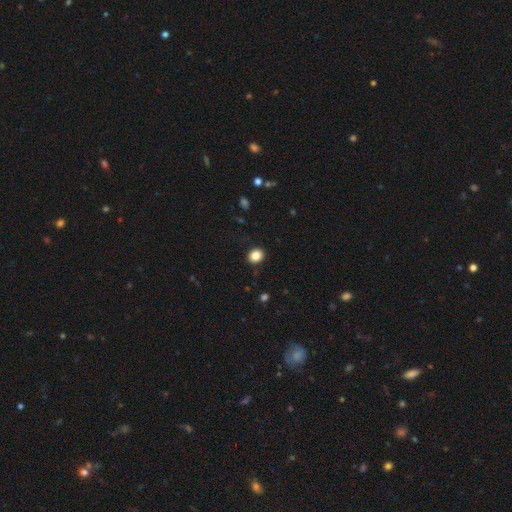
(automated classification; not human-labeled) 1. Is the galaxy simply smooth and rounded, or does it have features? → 86% smooth, 10% star or artifact, 4% featured or disk.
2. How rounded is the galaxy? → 63% round, 36% in between, 1% cigar-shaped.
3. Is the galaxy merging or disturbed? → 90% none, 7% minor disturbance, 2% major disturbance, 1% merger.